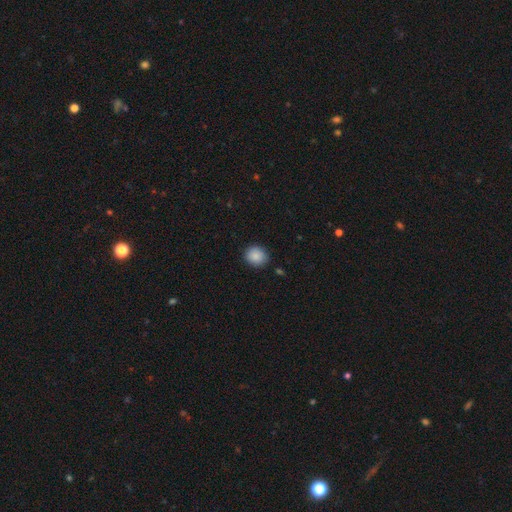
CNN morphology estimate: This appears to be a smooth galaxy with no disk features (88%) that is round (80%). Merging: none (87%).